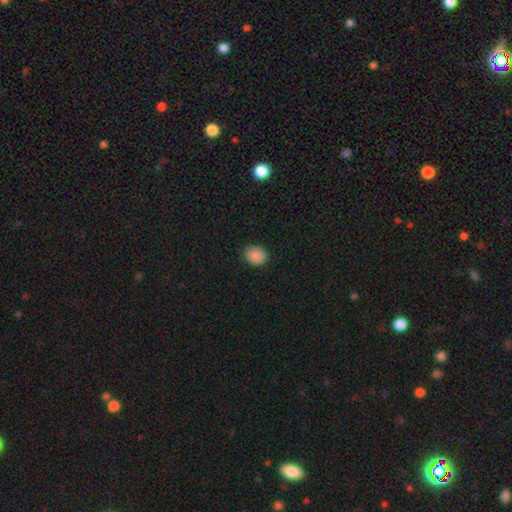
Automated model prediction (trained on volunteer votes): Smooth or featured? Predicted: smooth (p=0.88). How rounded? Predicted: round (p=0.55). Merging? Predicted: none (p=0.81).